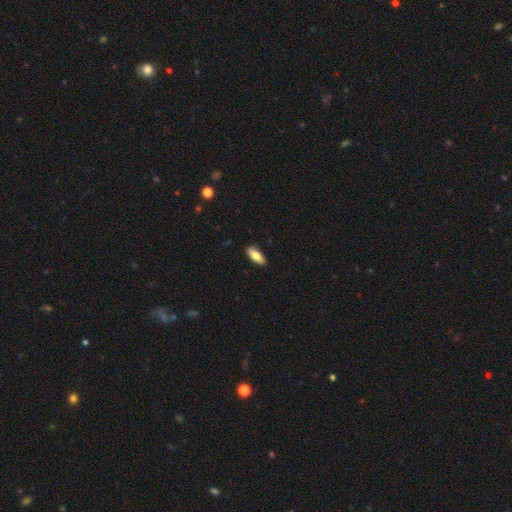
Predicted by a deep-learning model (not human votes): smooth 78%, featured or disk 17%, star or artifact 6%. Down the decision tree: how rounded — in between (69%); merging — none (87%).